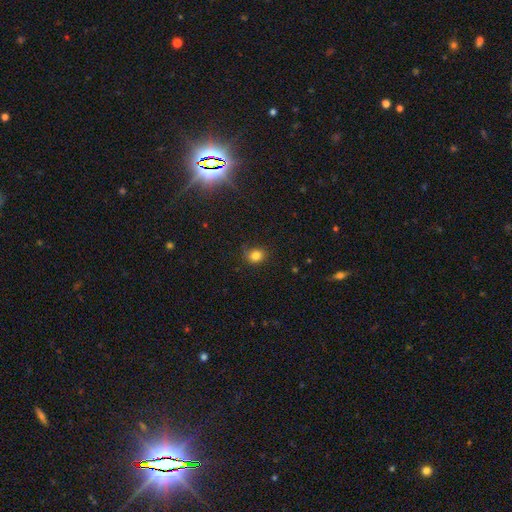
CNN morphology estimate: Smooth or featured: smooth — 81% (star or artifact — 13%)
How rounded: round — 64% (in between — 35%)
Merging: none — 72% (minor disturbance — 20%)